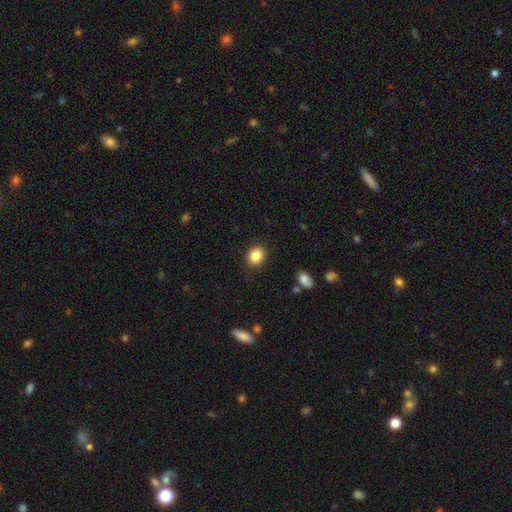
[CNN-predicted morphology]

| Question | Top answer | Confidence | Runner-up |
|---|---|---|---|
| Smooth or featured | smooth | 86% | star or artifact (9%) |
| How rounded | round | 59% | in between (40%) |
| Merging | none | 85% | minor disturbance (11%) |